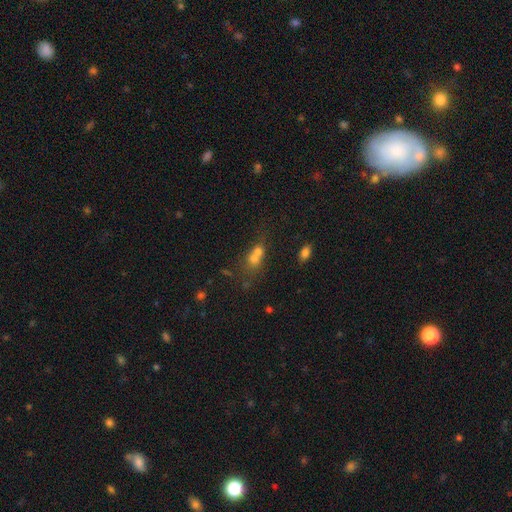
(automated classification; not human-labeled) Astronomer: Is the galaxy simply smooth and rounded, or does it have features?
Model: smooth — 65%.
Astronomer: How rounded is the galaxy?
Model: round — 55% (runner-up: in between, 41%).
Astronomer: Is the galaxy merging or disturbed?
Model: merger — 66%.